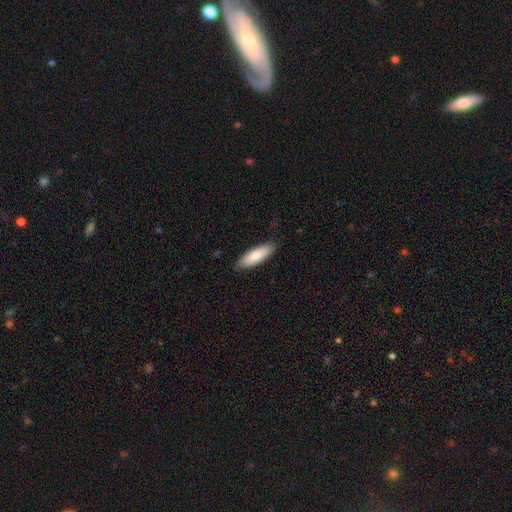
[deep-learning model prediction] Smooth or featured?
  - smooth: 83% *
  - featured or disk: 12%
  - star or artifact: 5%
How rounded?
  - in between: 51% *
  - cigar-shaped: 47%
  - round: 1%
Merging?
  - none: 85% *
  - minor disturbance: 12%
  - major disturbance: 2%
  - merger: 1%